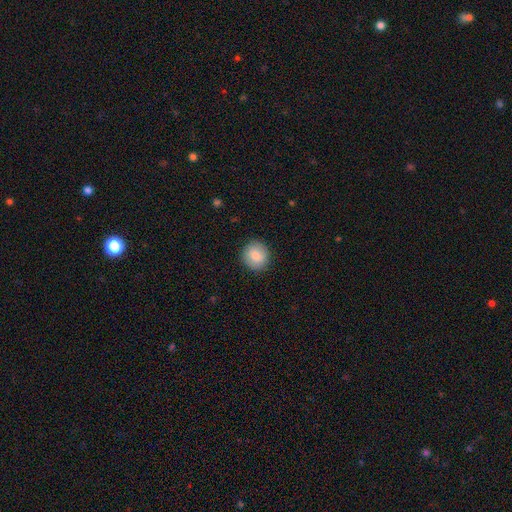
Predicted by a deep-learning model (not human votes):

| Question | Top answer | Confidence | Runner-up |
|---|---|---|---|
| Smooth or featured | smooth | 82% | featured or disk (10%) |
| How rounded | round | 89% | in between (10%) |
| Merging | none | 90% | minor disturbance (7%) |